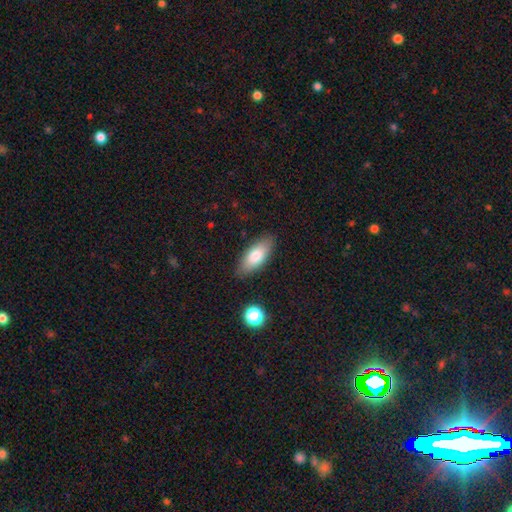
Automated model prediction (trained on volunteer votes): A smooth galaxy with no disk features (78%) that is in between round and cigar-shaped (80%). Merging: none (85%).